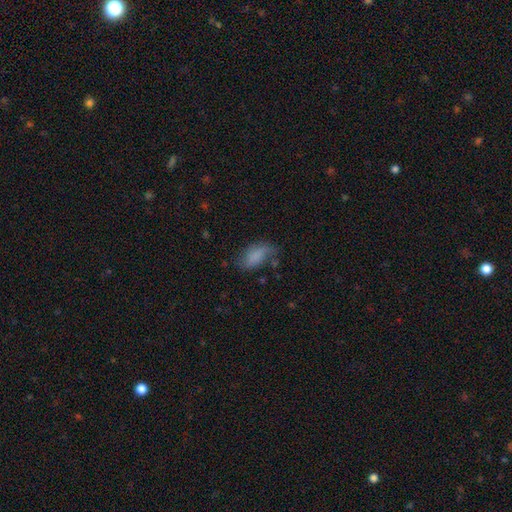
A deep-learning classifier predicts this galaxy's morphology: This is likely a smooth galaxy (73%). How rounded: clearly in between (91%). Merging: possibly none (51%).